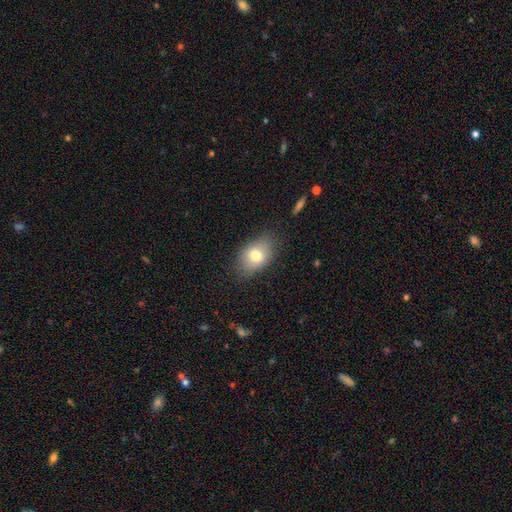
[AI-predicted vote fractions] smooth-or-featured: smooth: 76% | featured or disk: 15% | star or artifact: 8%
  how-rounded: in between: 84% | round: 15% | cigar-shaped: 2%
  merging: none: 76% | minor disturbance: 18% | major disturbance: 5% | merger: 1%